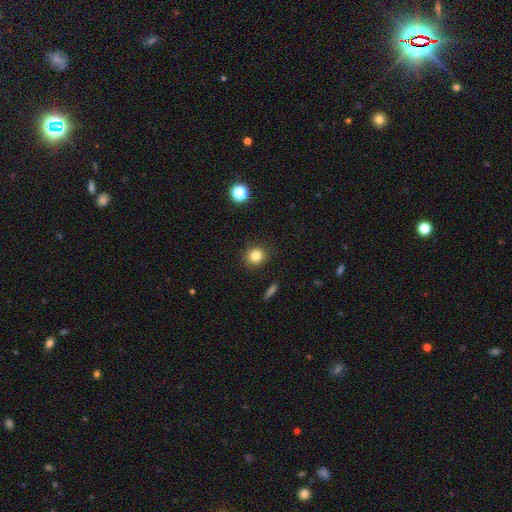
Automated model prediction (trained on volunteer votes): Smooth or featured?
  - smooth: 82% *
  - star or artifact: 12%
  - featured or disk: 6%
How rounded?
  - round: 88% *
  - in between: 11%
  - cigar-shaped: 1%
Merging?
  - none: 91% *
  - minor disturbance: 6%
  - major disturbance: 2%
  - merger: 1%